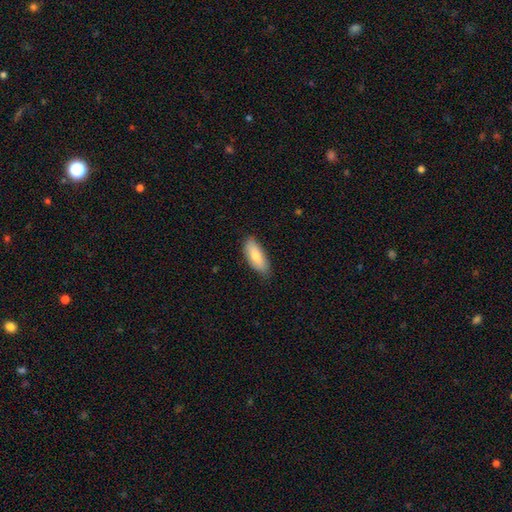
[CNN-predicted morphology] smooth-or-featured: smooth: 80% | featured or disk: 14% | star or artifact: 6%
  how-rounded: in between: 78% | cigar-shaped: 20% | round: 2%
  merging: none: 79% | minor disturbance: 17% | major disturbance: 3% | merger: 1%